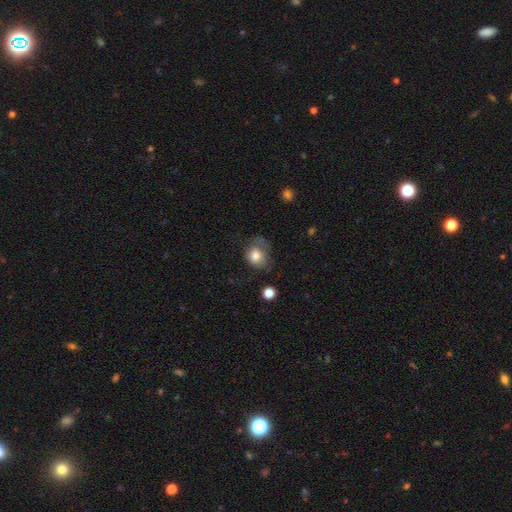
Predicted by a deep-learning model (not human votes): This is likely a smooth galaxy (76%). How rounded: possibly round (60%). Merging: marginally none (38%).